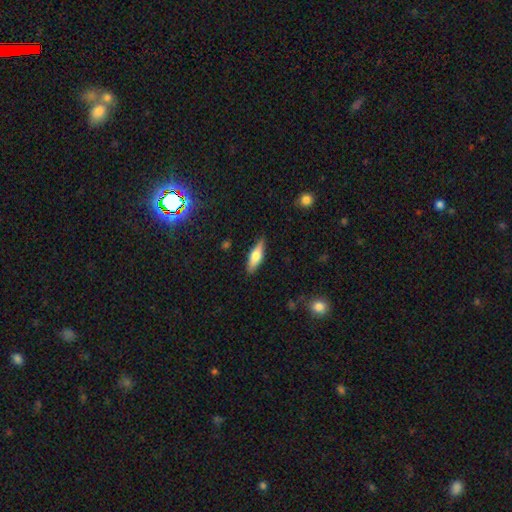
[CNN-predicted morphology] type=smooth (58%); roundness=cigar-shaped (51%); merging=none (87%).